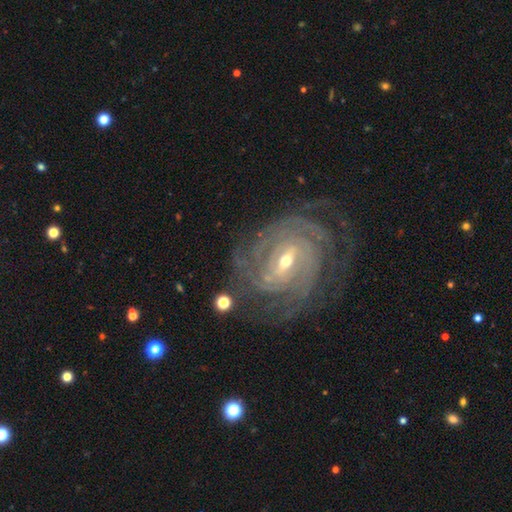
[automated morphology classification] smooth_or_featured: featured or disk (p=0.85) [alt: star or artifact p=0.09]
disk_edge_on: no (p=0.96) [alt: yes p=0.04]
bar: weak (p=0.45) [alt: strong p=0.33]
has_spiral_arms: yes (p=0.97) [alt: no p=0.03]
spiral_winding: tight (p=0.74) [alt: medium p=0.21]
spiral_arm_count: can't tell (p=0.29) [alt: 4 p=0.18]
bulge_size: small (p=0.61) [alt: moderate p=0.35]
merging: none (p=0.77) [alt: minor disturbance p=0.14]